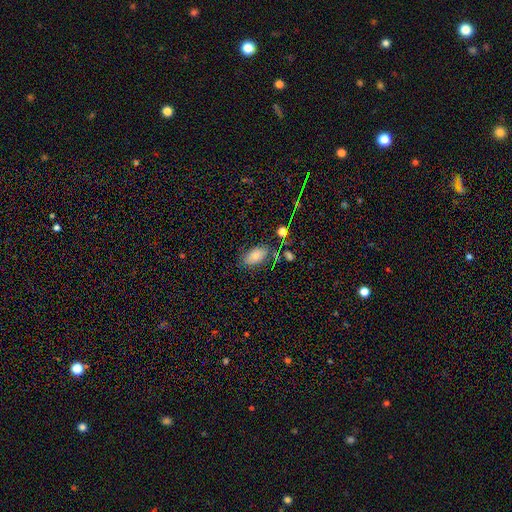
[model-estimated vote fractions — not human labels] Overall: smooth (77%). How rounded: in between (91%). Merging: none (76%).